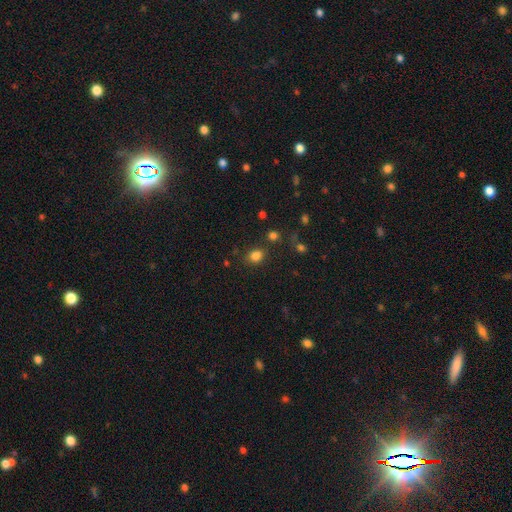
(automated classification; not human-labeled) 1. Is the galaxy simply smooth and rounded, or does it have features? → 81% smooth, 14% star or artifact, 5% featured or disk.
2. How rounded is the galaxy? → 51% round, 48% in between, 1% cigar-shaped.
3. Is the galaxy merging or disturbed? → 77% none, 12% minor disturbance, 6% merger, 5% major disturbance.